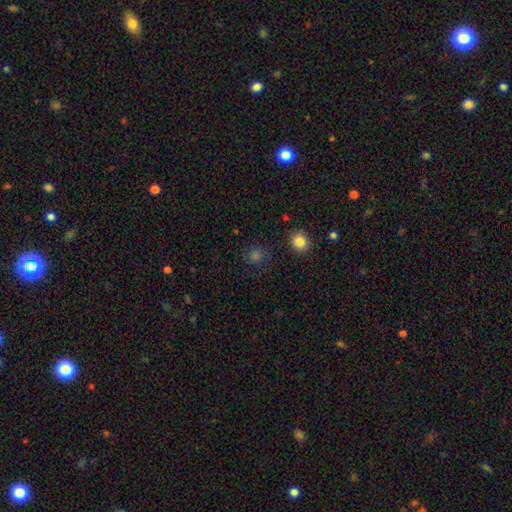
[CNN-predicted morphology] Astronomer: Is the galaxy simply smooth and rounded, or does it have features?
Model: smooth — 65%.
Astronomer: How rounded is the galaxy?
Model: round — 85%.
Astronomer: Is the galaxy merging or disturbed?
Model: none — 83%.